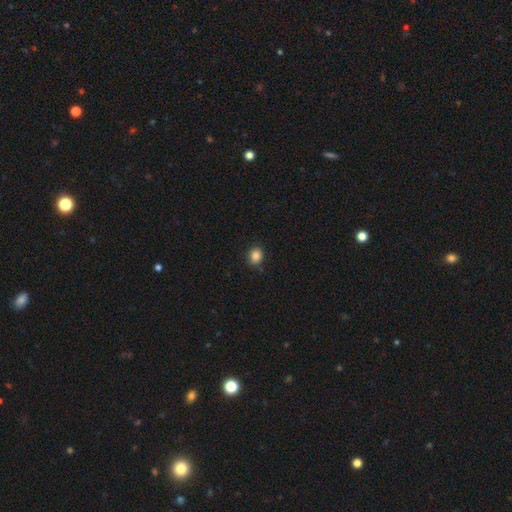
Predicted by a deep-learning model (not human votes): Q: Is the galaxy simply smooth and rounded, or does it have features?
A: smooth — 86%.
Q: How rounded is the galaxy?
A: round — 61%.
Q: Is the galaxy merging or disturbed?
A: none — 85%.